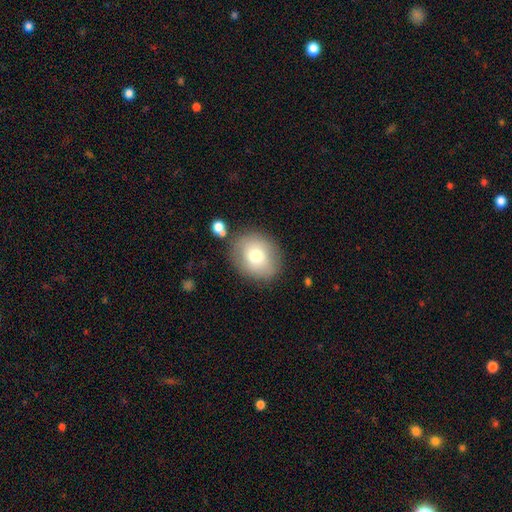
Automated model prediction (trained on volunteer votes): This appears to be a smooth galaxy with no disk features (72%) that is round (63%). Merging: none (77%).